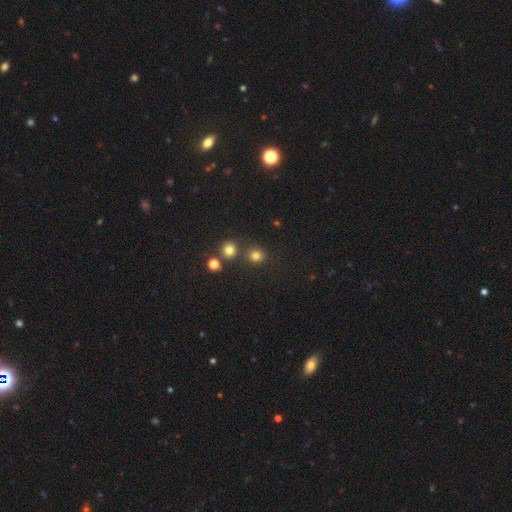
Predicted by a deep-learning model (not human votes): smooth_or_featured: smooth (p=0.79) [alt: star or artifact p=0.16]
how_rounded: round (p=0.87) [alt: in between p=0.12]
merging: none (p=0.76) [alt: merger p=0.13]